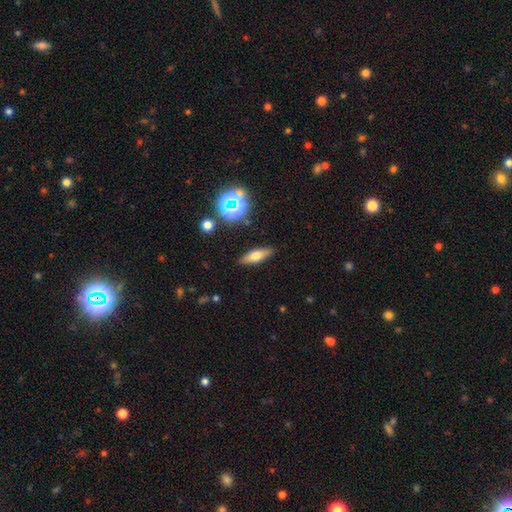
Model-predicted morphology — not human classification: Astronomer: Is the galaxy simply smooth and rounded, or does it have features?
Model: smooth — 57% (runner-up: featured or disk, 32%).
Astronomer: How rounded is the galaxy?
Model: in between — 50% (runner-up: cigar-shaped, 45%).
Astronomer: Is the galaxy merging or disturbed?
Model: none — 87%.